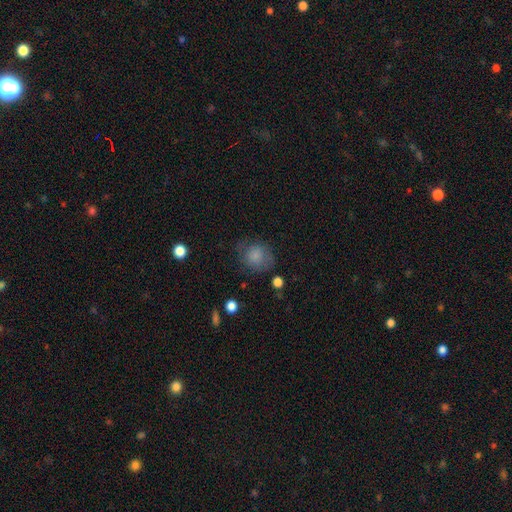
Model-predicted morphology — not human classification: Smooth or featured? smooth (79%)
How rounded? round (73%)
Merging? none (63%)